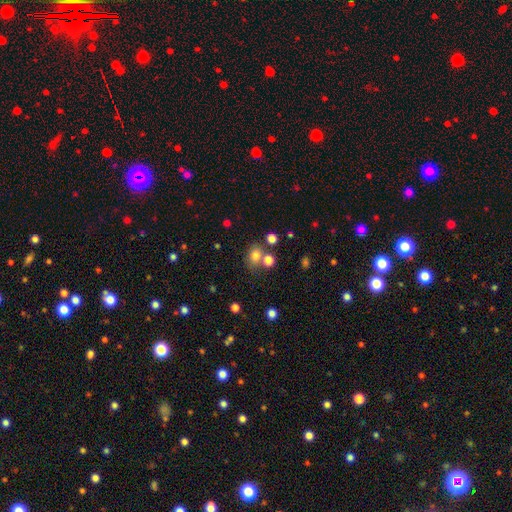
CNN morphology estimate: smooth-or-featured: smooth: 77% | star or artifact: 15% | featured or disk: 8%
  how-rounded: round: 53% | in between: 46% | cigar-shaped: 1%
  merging: none: 62% | merger: 22% | minor disturbance: 12% | major disturbance: 5%